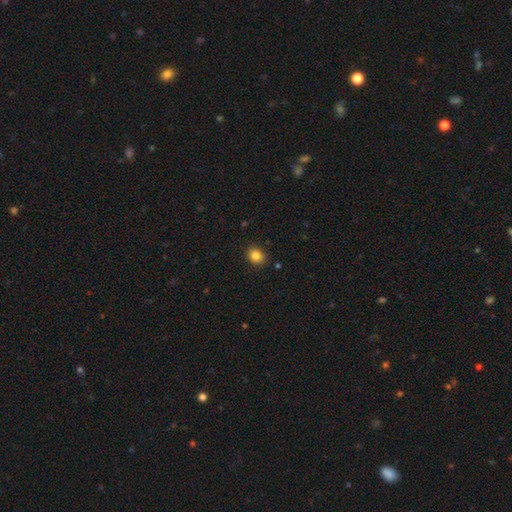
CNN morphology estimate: Smooth or featured? Predicted: smooth (p=0.84). How rounded? Predicted: round (p=0.59). Merging? Predicted: none (p=0.89).